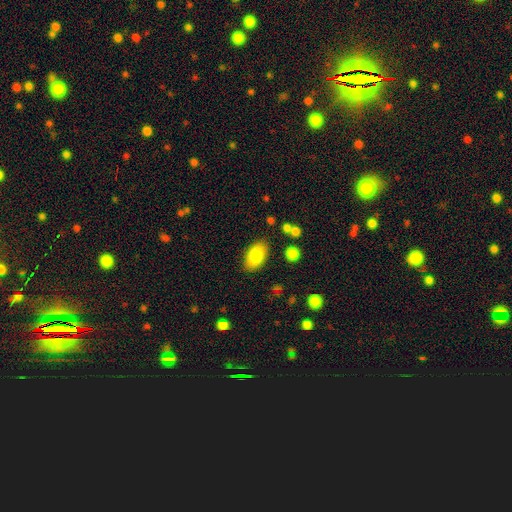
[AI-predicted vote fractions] A smooth galaxy with no disk features (83%) that is in between round and cigar-shaped (93%). Merging: none (84%).